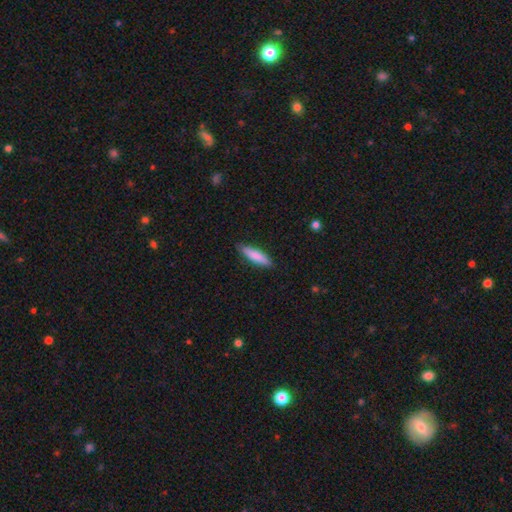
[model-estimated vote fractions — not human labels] Morphology: type=smooth (83%); roundness=cigar-shaped (73%); merging=none (87%).